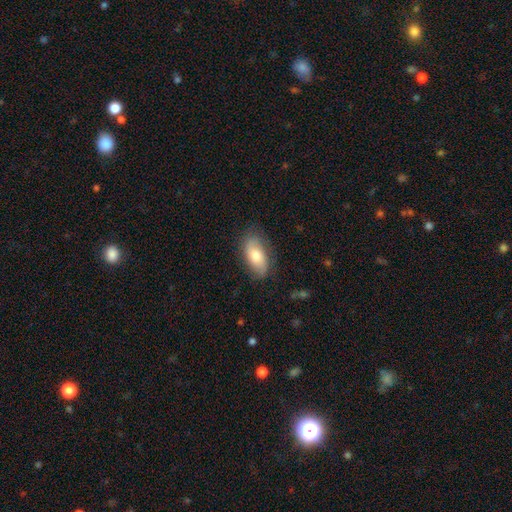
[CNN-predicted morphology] smooth 63%, featured or disk 30%, star or artifact 7%. Down the decision tree: how rounded — in between (89%); merging — none (76%).